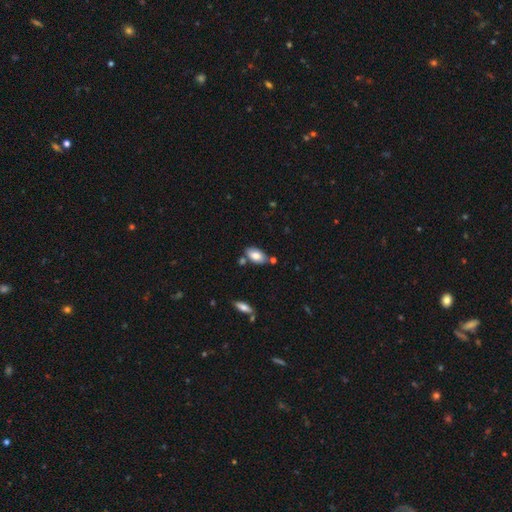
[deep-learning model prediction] Morphology: type=smooth (80%); roundness=in between (93%); merging=none (71%).